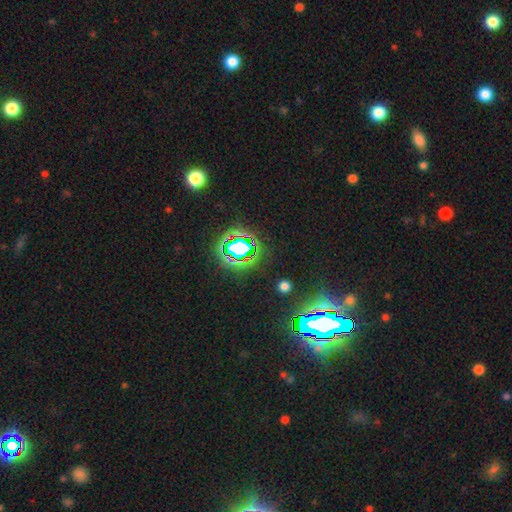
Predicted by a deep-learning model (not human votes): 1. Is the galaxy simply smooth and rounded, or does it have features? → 83% star or artifact, 11% smooth, 6% featured or disk.